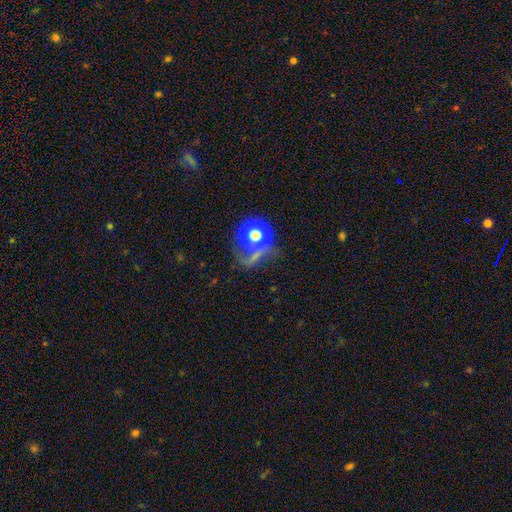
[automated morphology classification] A smooth galaxy with no disk features (52%) that is round (78%). Merging: none (40%).